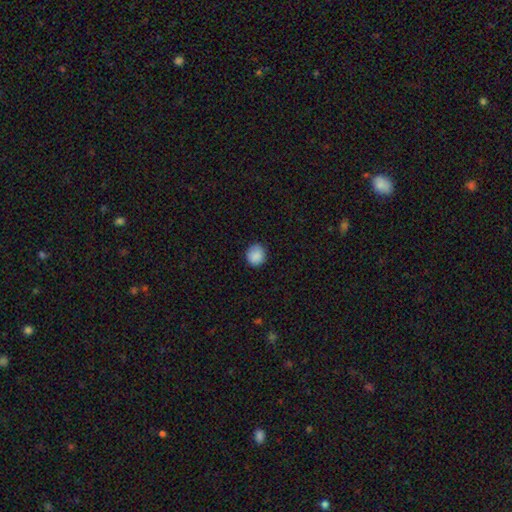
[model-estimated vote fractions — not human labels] This is clearly a smooth galaxy (89%). How rounded: clearly round (85%). Merging: clearly none (87%).